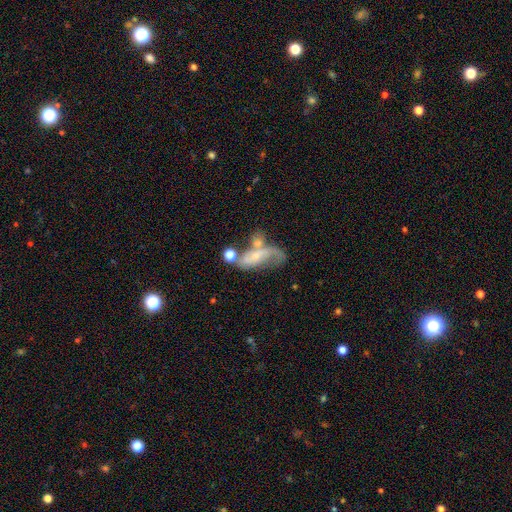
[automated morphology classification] A featured or disk galaxy (60%) with no bar (57%), spiral arms (71%) and a small central bulge (60%). Merging: merger (33%).